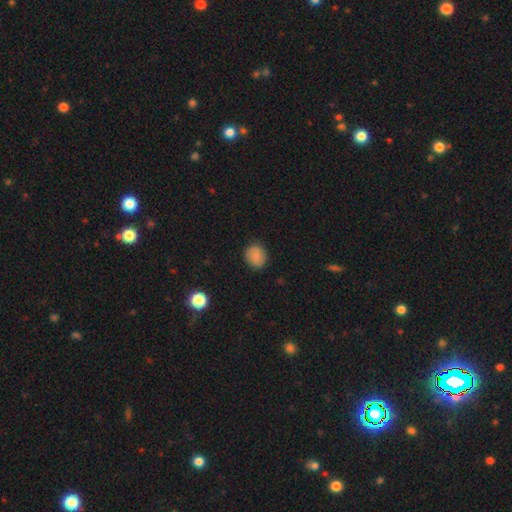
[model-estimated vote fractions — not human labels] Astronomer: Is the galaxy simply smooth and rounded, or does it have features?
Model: smooth — 82%.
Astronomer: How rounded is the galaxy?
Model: round — 78%.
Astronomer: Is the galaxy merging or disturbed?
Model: none — 87%.